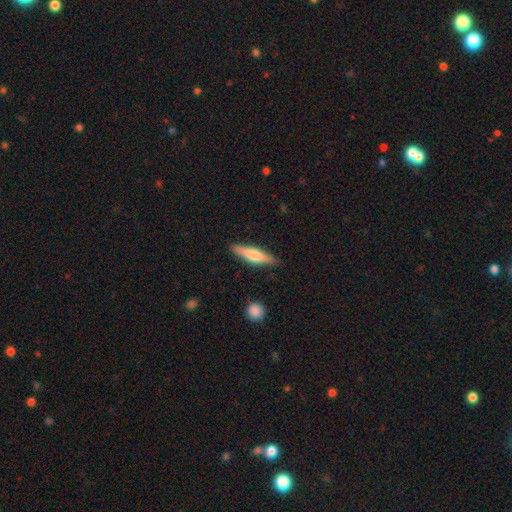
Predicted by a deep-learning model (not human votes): Smooth or featured?
  - smooth: 59% *
  - featured or disk: 36%
  - star or artifact: 6%
How rounded?
  - cigar-shaped: 76% *
  - in between: 22%
  - round: 2%
Merging?
  - none: 86% *
  - minor disturbance: 10%
  - major disturbance: 2%
  - merger: 2%